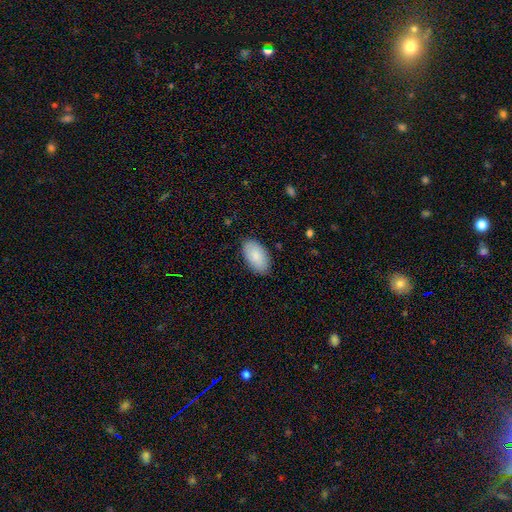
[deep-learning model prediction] Smooth or featured: smooth — 87% (featured or disk — 8%)
How rounded: in between — 95% (round — 3%)
Merging: none — 85% (minor disturbance — 11%)